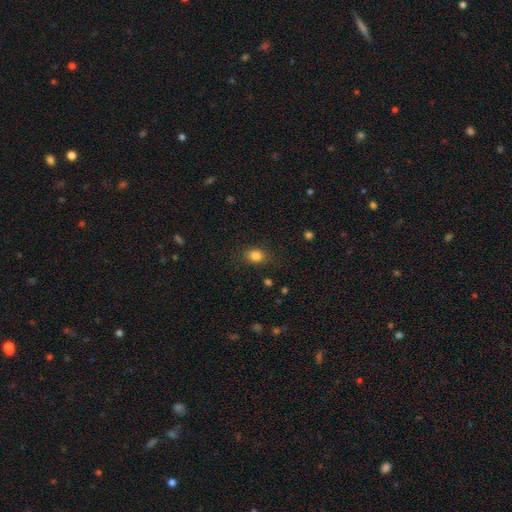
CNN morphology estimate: Smooth or featured?
  - smooth: 83% *
  - star or artifact: 11%
  - featured or disk: 6%
How rounded?
  - in between: 58% *
  - round: 41%
  - cigar-shaped: 1%
Merging?
  - none: 82% *
  - minor disturbance: 13%
  - major disturbance: 4%
  - merger: 1%